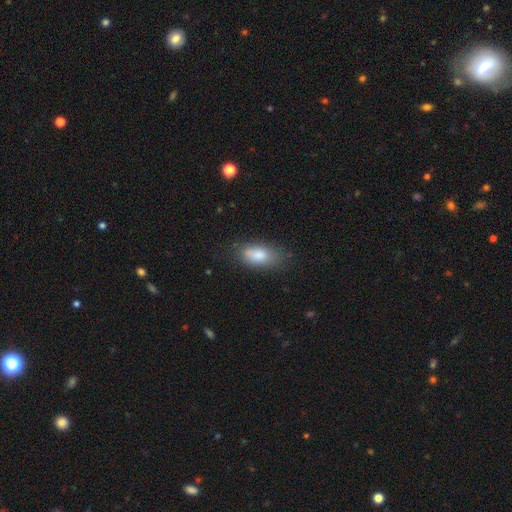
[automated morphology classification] Smooth or featured? Predicted: smooth (p=0.81). How rounded? Predicted: in between (p=0.88). Merging? Predicted: none (p=0.66).